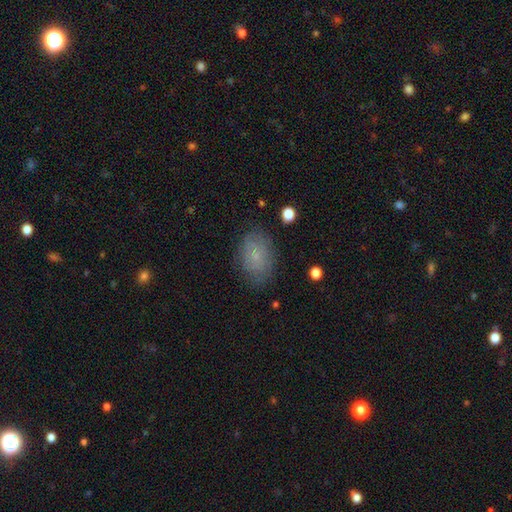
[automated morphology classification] The model was most divided on "smooth or featured": smooth: 67%, featured or disk: 22%, star or artifact: 11%. More confident: how rounded — in between (81%); merging — none (76%).